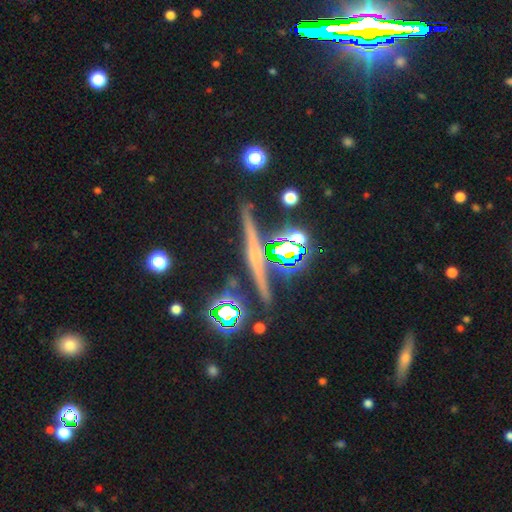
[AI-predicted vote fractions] Overall: featured or disk (49%; star or artifact 30%). Merging: none (84%).